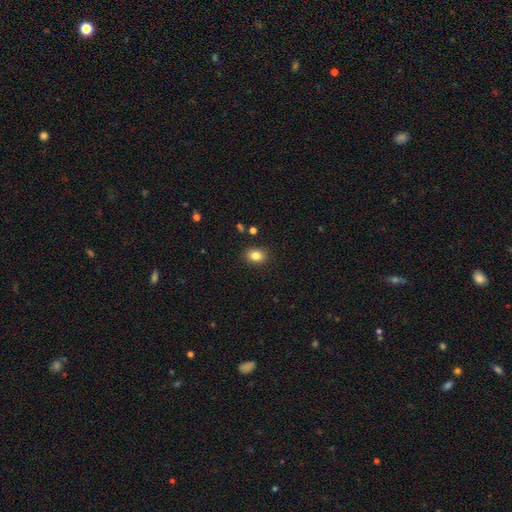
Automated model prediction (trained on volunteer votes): Smooth or featured? Predicted: smooth (p=0.84). How rounded? Predicted: in between (p=0.61). Merging? Predicted: none (p=0.88).